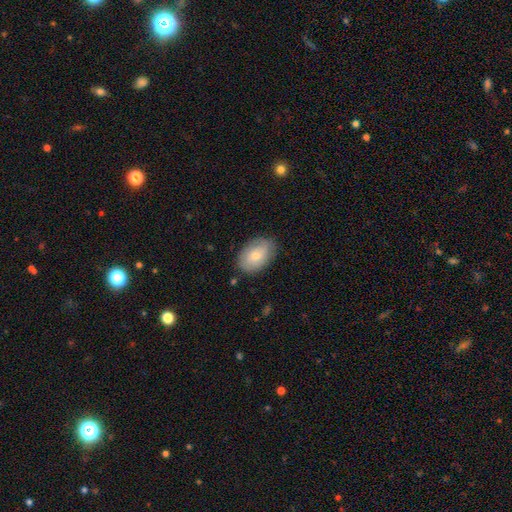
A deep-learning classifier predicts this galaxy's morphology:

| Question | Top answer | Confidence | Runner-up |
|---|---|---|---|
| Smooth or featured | smooth | 68% | featured or disk (26%) |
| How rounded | in between | 86% | round (13%) |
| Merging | none | 80% | minor disturbance (15%) |